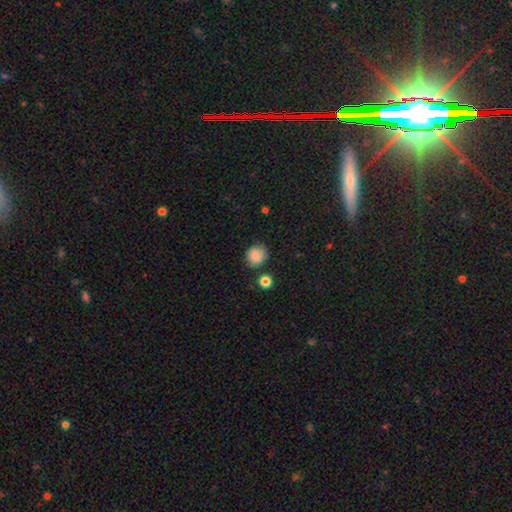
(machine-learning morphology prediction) This is clearly a smooth galaxy (85%). How rounded: likely round (79%). Merging: likely none (76%).